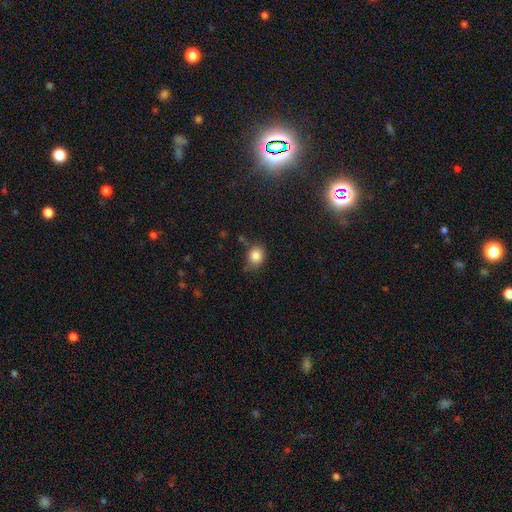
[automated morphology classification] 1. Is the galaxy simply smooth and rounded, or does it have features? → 84% smooth, 10% star or artifact, 6% featured or disk.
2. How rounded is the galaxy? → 65% round, 34% in between, 1% cigar-shaped.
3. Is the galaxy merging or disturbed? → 69% none, 23% minor disturbance, 5% major disturbance, 4% merger.